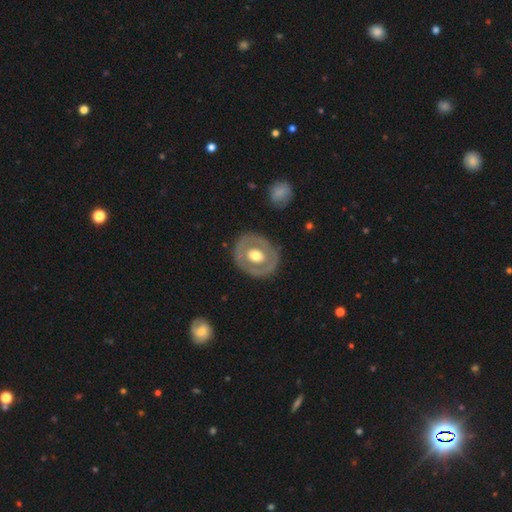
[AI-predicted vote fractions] smooth-or-featured: featured or disk: 55% | smooth: 40% | star or artifact: 5%
  disk-edge-on: no: 94% | yes: 6%
    bar: no: 80% | weak: 14% | strong: 6%
    has-spiral-arms: no: 88% | yes: 12%
    bulge-size: moderate: 66% | large: 25% | small: 6% | dominant: 1% | none: 1%
  merging: none: 82% | minor disturbance: 12% | major disturbance: 5% | merger: 2%